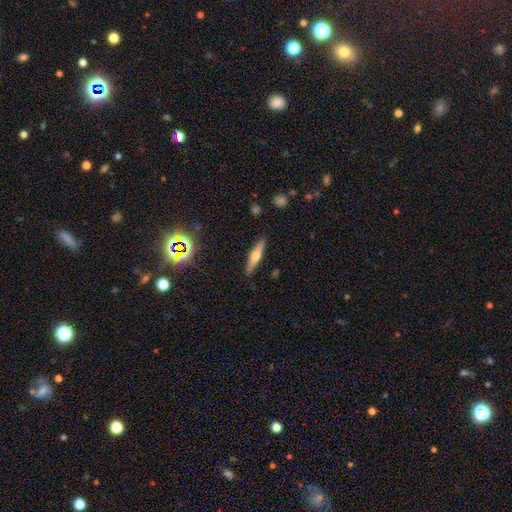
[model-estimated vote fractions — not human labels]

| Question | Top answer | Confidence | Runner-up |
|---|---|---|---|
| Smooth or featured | featured or disk | 53% | smooth (39%) |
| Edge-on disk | yes | 95% | no (5%) |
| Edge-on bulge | rounded | 89% | boxy (6%) |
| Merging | none | 88% | minor disturbance (8%) |